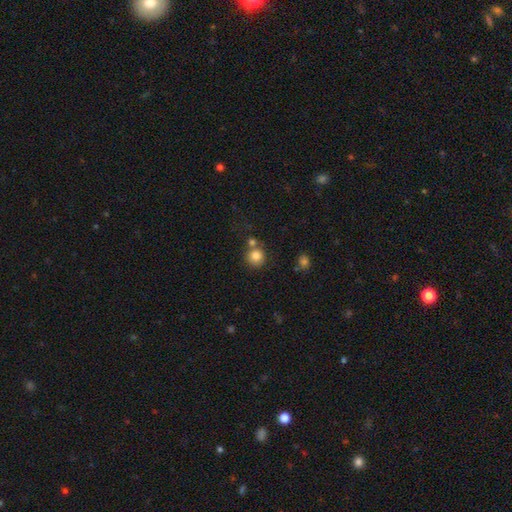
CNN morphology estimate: smooth-or-featured: smooth: 83% | star or artifact: 11% | featured or disk: 7%
  how-rounded: round: 92% | in between: 7% | cigar-shaped: 1%
  merging: none: 67% | merger: 20% | minor disturbance: 9% | major disturbance: 3%